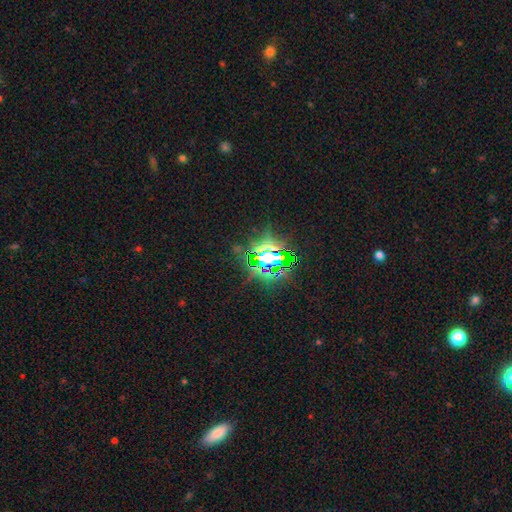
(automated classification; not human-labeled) Smooth or featured?
  - star or artifact: 83% *
  - smooth: 10%
  - featured or disk: 7%